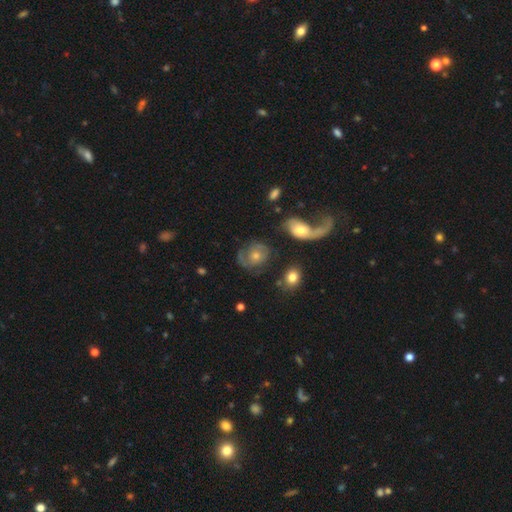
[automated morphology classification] type=featured or disk (66%); edge-on=no (96%); bar=no (73%); spiral arms=yes (86%); winding=medium (36%); arm count=2 (40%); bulge=moderate (57%); merging=none (54%).